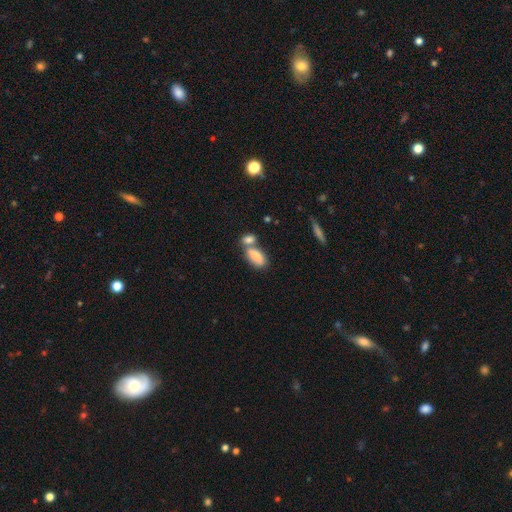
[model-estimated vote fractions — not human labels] The model was most divided on "merging": merger: 50%, none: 36%, minor disturbance: 11%, major disturbance: 4%. More confident: how rounded — in between (87%); smooth or featured — smooth (83%).